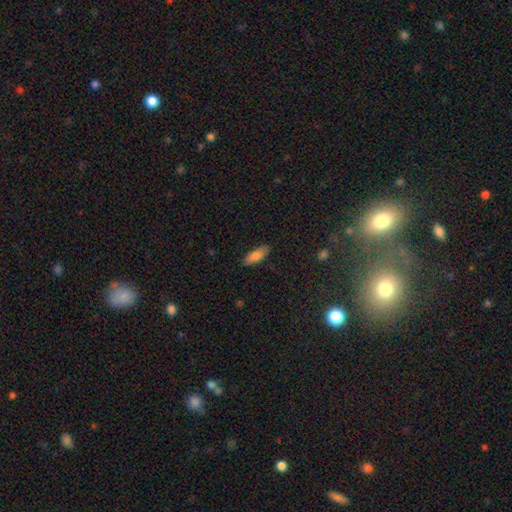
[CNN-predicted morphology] Smooth or featured? Predicted: smooth (p=0.79). How rounded? Predicted: in between (p=0.65). Merging? Predicted: none (p=0.85).